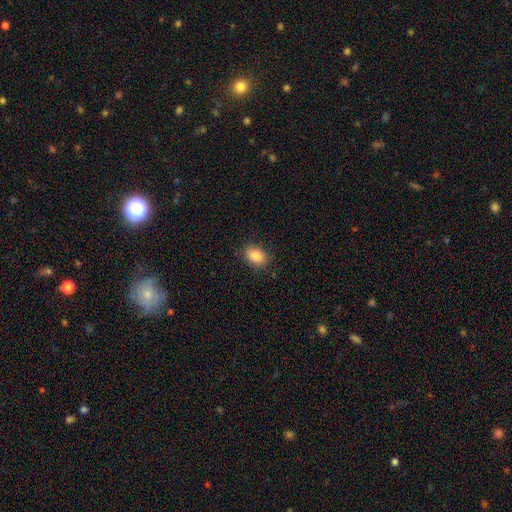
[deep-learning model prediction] Smooth or featured? smooth (86%)
How rounded? in between (69%)
Merging? none (87%)